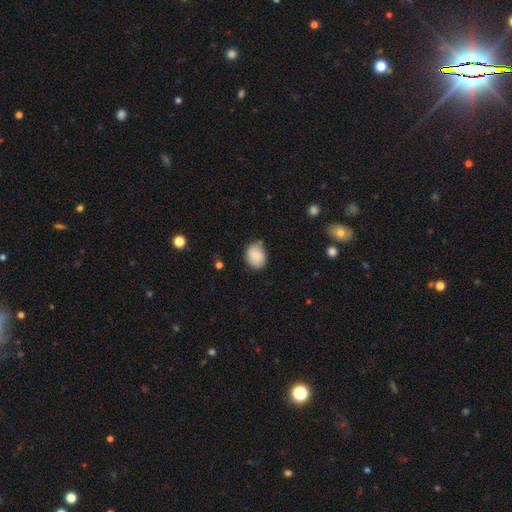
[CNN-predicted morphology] type=smooth (85%); roundness=round (50%); merging=none (73%).